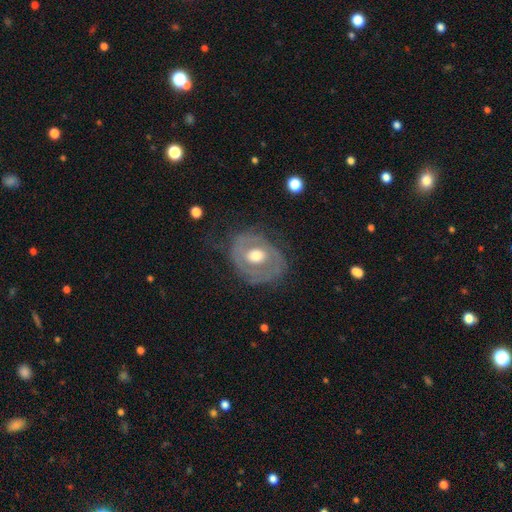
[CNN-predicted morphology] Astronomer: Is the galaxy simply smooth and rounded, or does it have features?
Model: featured or disk — 69%.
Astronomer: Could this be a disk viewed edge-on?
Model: no — 96%.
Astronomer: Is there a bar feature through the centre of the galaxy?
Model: no — 74%.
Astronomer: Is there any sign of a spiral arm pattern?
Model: no — 51% (runner-up: yes, 49%).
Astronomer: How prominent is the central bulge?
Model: moderate — 65%.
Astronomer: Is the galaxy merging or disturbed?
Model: none — 60%.